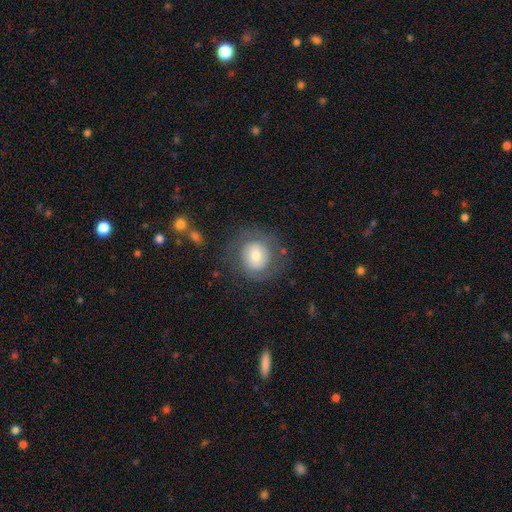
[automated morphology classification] This is possibly a smooth galaxy (53%). How rounded: clearly round (82%). Merging: likely none (74%).